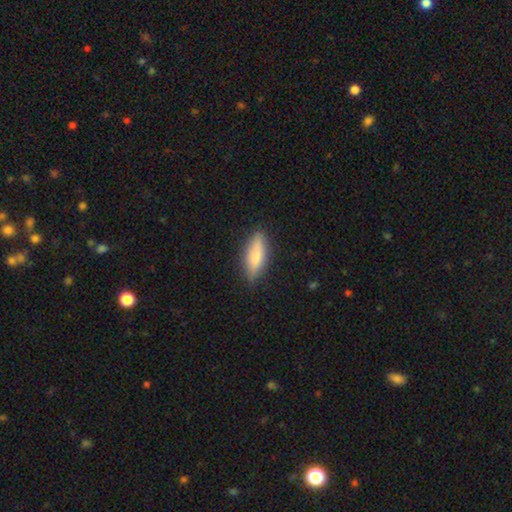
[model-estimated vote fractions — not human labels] Smooth or featured? smooth (75%)
How rounded? in between (52%)
Merging? none (83%)